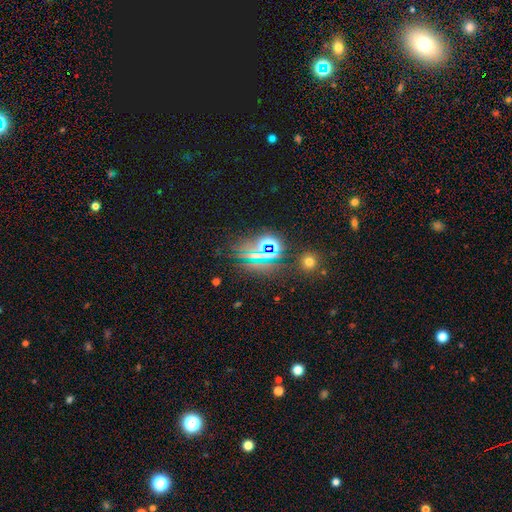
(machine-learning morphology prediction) Smooth or featured? Predicted: star or artifact (p=0.74).